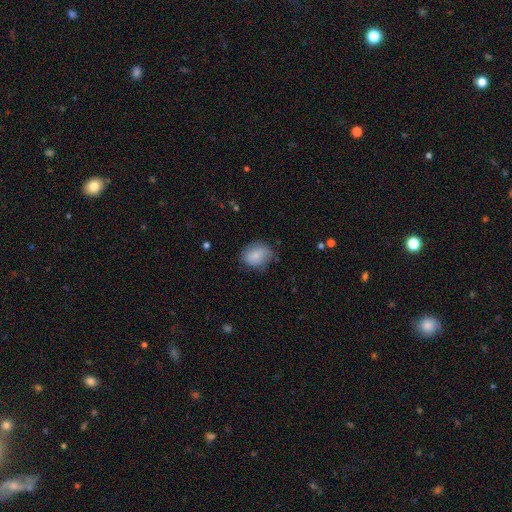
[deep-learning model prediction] The model was most divided on "how rounded": round: 50%, in between: 48%, cigar-shaped: 1%. More confident: smooth or featured — smooth (80%); merging — none (68%).